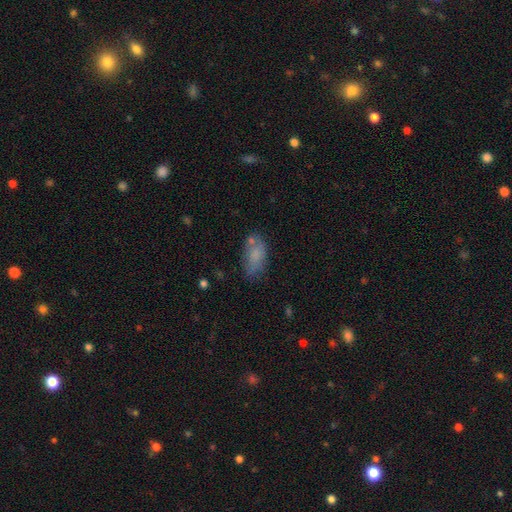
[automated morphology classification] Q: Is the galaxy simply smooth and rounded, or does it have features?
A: smooth — 73%.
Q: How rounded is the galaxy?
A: in between — 89%.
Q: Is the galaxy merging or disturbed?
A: none — 59%.